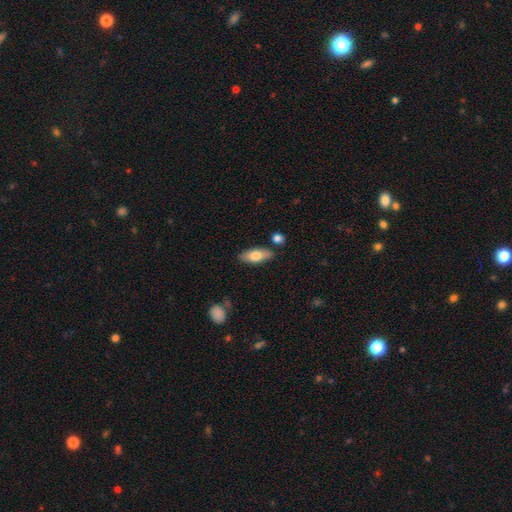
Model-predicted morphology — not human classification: smooth-or-featured: smooth: 71% | featured or disk: 23% | star or artifact: 6%
  how-rounded: in between: 75% | cigar-shaped: 22% | round: 3%
  merging: none: 83% | minor disturbance: 11% | merger: 4% | major disturbance: 2%